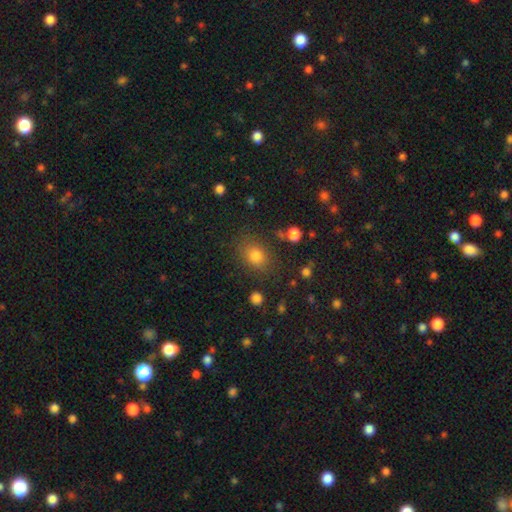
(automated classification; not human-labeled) A smooth galaxy with no disk features (79%) that is in between round and cigar-shaped (55%).

Vote fractions:
- Smooth or featured? smooth: 79% / star or artifact: 13% / featured or disk: 8%
- How rounded? in between: 55% / round: 43% / cigar-shaped: 1%
- Merging? none: 79% / minor disturbance: 13% / major disturbance: 5% / merger: 3%